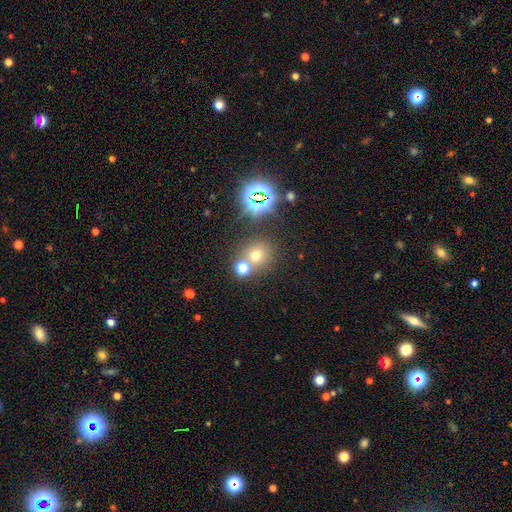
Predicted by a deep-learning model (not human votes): The model was most divided on "smooth or featured": smooth: 61%, star or artifact: 28%, featured or disk: 11%. More confident: how rounded — round (85%); merging — none (62%).